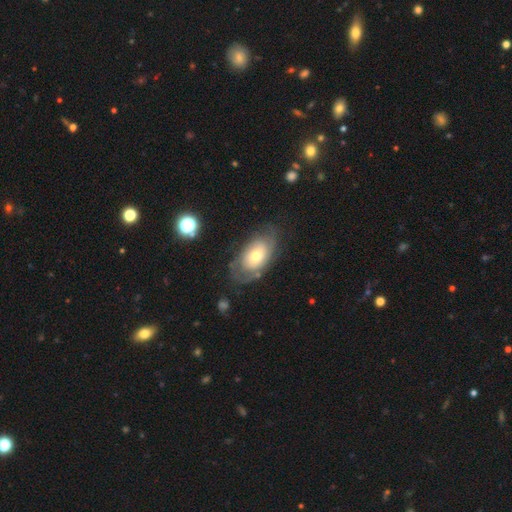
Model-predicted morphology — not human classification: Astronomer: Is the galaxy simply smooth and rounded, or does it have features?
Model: featured or disk — 52% (runner-up: smooth, 41%).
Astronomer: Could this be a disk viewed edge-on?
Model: no — 92%.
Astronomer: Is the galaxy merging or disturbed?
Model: none — 65%.